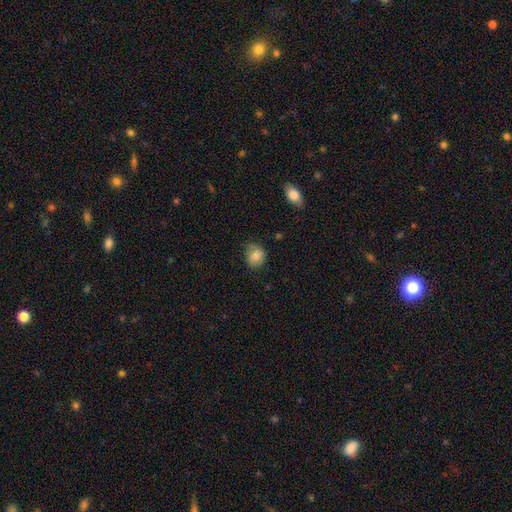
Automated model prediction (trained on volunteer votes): smooth-or-featured: smooth: 84% | star or artifact: 9% | featured or disk: 8%
  how-rounded: round: 65% | in between: 34% | cigar-shaped: 1%
  merging: none: 65% | minor disturbance: 27% | major disturbance: 6% | merger: 2%